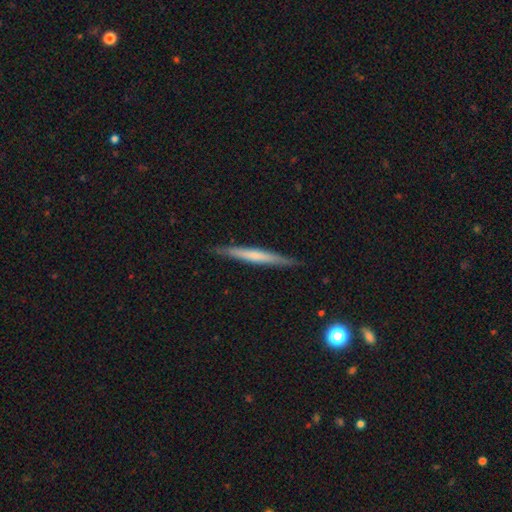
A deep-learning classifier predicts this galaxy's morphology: type=smooth (52%); roundness=cigar-shaped (96%); merging=none (89%).